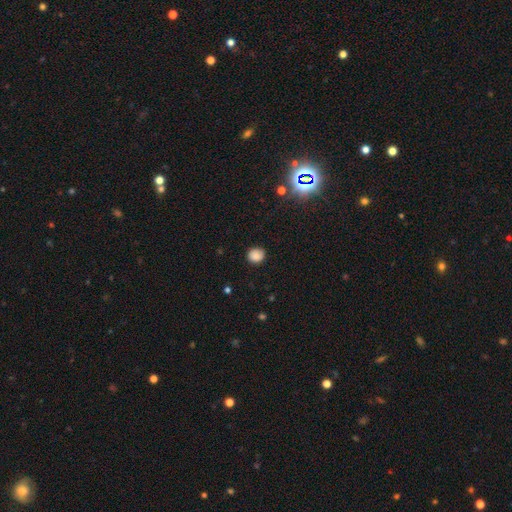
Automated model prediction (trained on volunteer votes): Smooth or featured?
  - smooth: 85% *
  - star or artifact: 10%
  - featured or disk: 5%
How rounded?
  - round: 79% *
  - in between: 20%
  - cigar-shaped: 1%
Merging?
  - none: 85% *
  - minor disturbance: 11%
  - major disturbance: 3%
  - merger: 1%